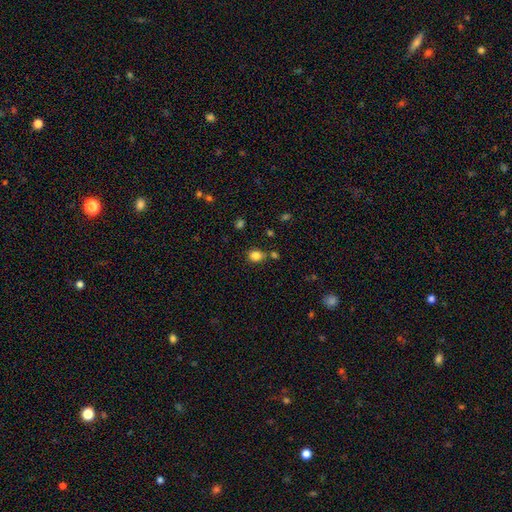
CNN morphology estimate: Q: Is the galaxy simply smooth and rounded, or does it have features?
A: smooth — 83%.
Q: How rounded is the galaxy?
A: round — 61%.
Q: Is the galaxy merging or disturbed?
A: none — 69%.